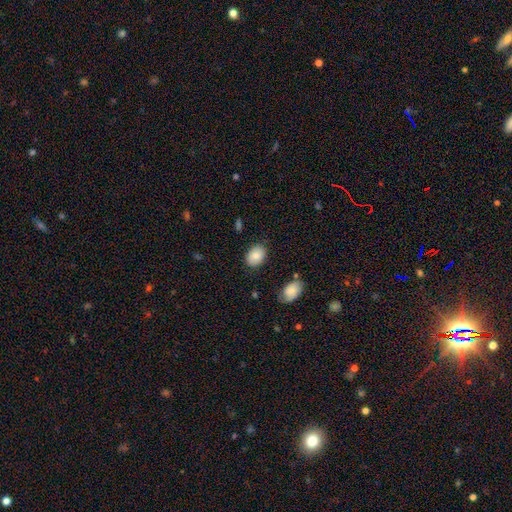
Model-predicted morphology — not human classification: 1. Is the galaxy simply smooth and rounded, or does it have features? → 83% smooth, 10% featured or disk, 8% star or artifact.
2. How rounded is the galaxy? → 75% in between, 24% round, 1% cigar-shaped.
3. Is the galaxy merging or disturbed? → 84% none, 12% minor disturbance, 3% major disturbance, 2% merger.